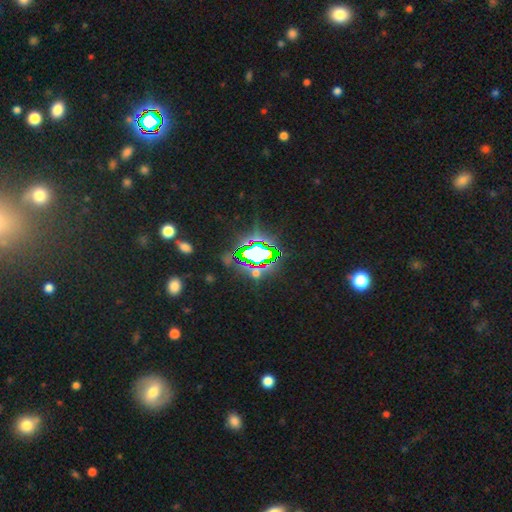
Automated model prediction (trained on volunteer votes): This appears to be a star or artifact, not a galaxy (75%).